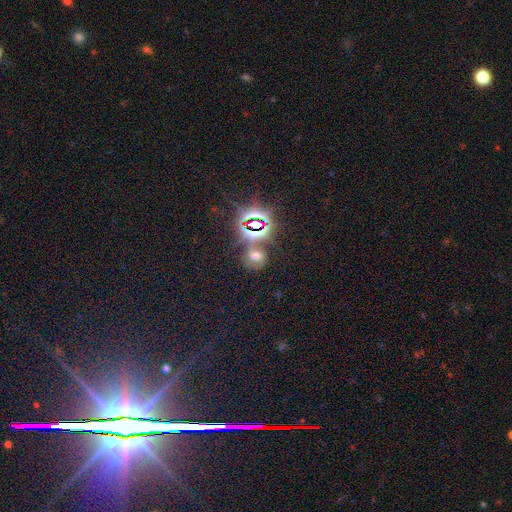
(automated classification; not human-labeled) A star or artifact, not a galaxy (42%).

Vote fractions:
- Smooth or featured? star or artifact: 42% / smooth: 41% / featured or disk: 17%